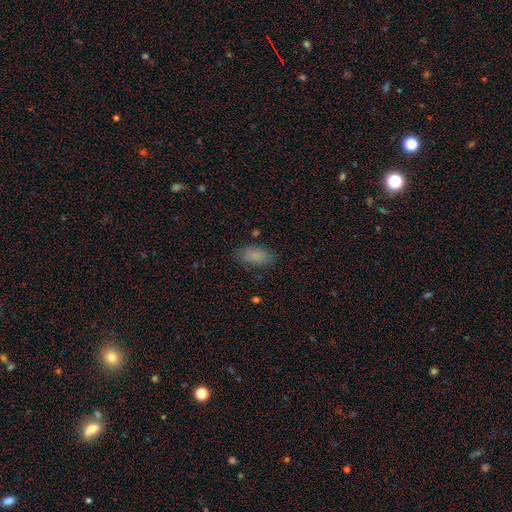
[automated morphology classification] smooth 84%, star or artifact 9%, featured or disk 6%. Down the decision tree: how rounded — in between (92%); merging — none (79%).